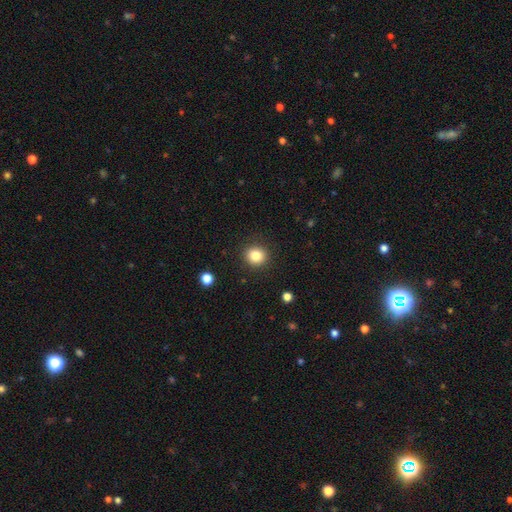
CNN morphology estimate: smooth_or_featured: smooth (p=0.83) [alt: star or artifact p=0.11]
how_rounded: round (p=0.88) [alt: in between p=0.11]
merging: none (p=0.90) [alt: minor disturbance p=0.06]